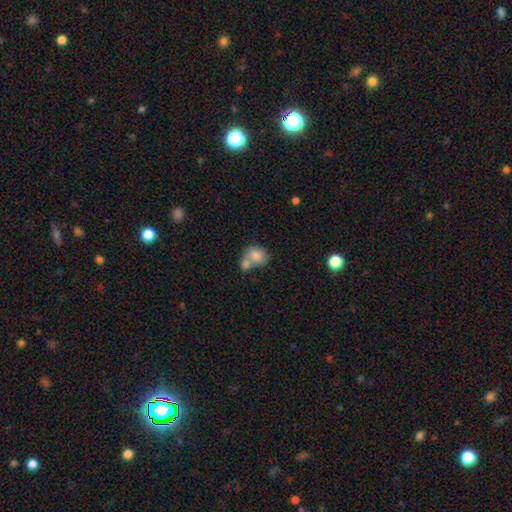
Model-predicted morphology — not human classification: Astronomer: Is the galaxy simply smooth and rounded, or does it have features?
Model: smooth — 78%.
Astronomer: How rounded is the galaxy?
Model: round — 56% (runner-up: in between, 43%).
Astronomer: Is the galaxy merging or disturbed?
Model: merger — 58%.